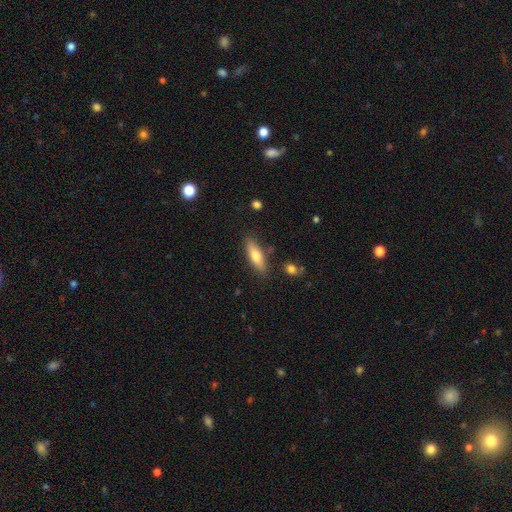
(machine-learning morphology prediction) A smooth galaxy with no disk features (69%) that is cigar-shaped (53%).

Vote fractions:
- Smooth or featured? smooth: 69% / featured or disk: 25% / star or artifact: 6%
- How rounded? cigar-shaped: 53% / in between: 45% / round: 2%
- Merging? none: 82% / minor disturbance: 12% / merger: 3% / major disturbance: 3%